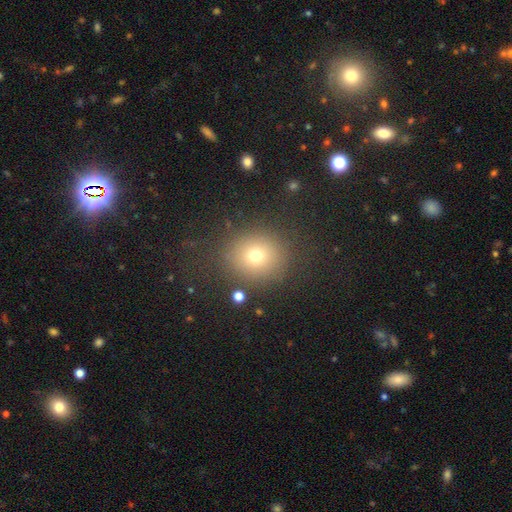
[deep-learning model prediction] The model was most divided on "smooth or featured": smooth: 71%, star or artifact: 17%, featured or disk: 11%. More confident: how rounded — round (83%); merging — none (83%).